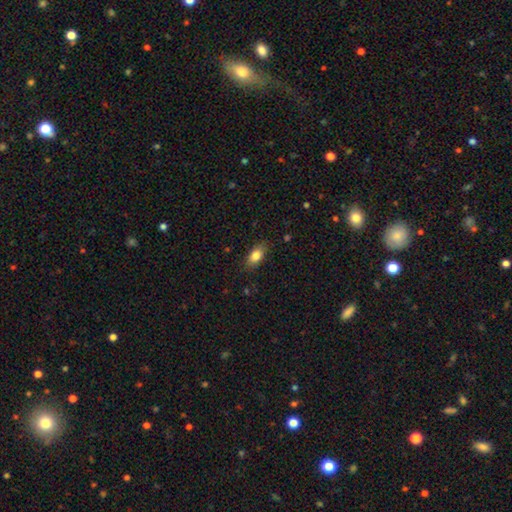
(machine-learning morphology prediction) This is clearly a smooth galaxy (82%). How rounded: clearly in between (86%). Merging: clearly none (82%).